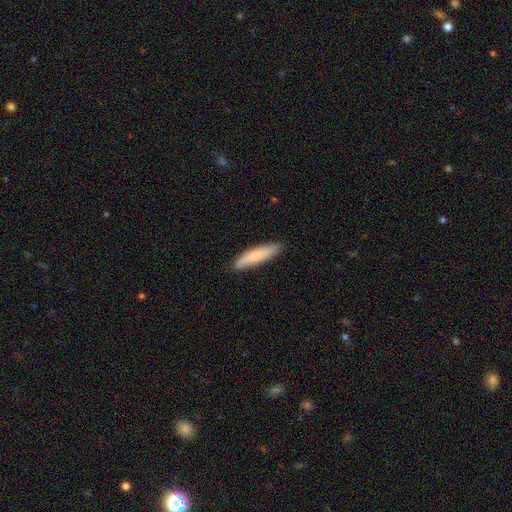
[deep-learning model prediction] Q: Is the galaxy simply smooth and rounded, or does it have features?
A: smooth — 78%.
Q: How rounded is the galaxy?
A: cigar-shaped — 78%.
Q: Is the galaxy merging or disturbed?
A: none — 86%.